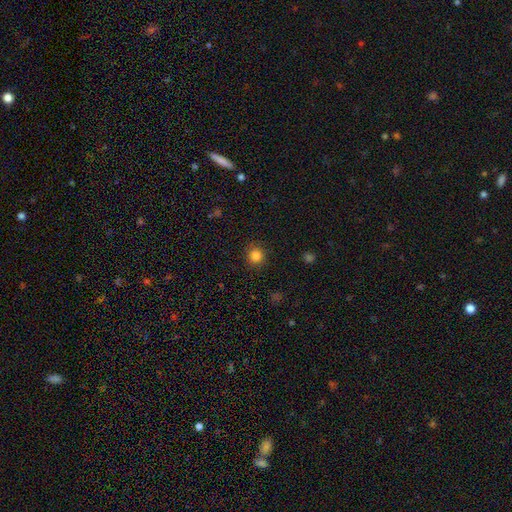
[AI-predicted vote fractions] Overall: smooth (84%). How rounded: round (92%). Merging: none (89%).